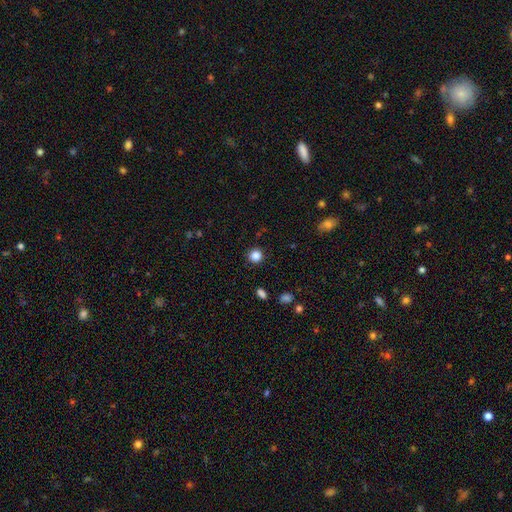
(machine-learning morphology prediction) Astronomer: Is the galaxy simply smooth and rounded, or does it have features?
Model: smooth — 85%.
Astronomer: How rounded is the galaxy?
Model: round — 93%.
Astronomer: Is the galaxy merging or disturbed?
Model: none — 91%.